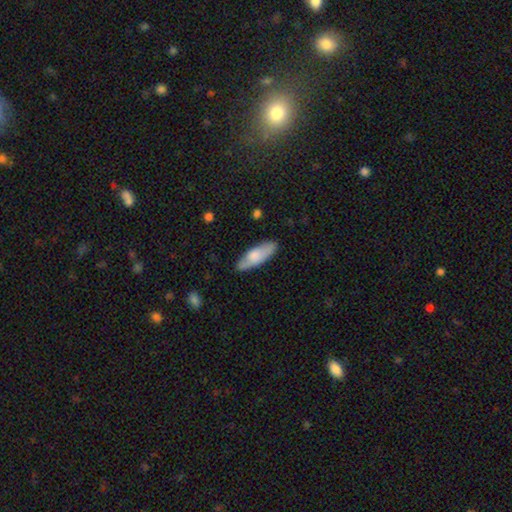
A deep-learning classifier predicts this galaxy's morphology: A smooth galaxy with no disk features (73%) that is in between round and cigar-shaped (59%).

Vote fractions:
- Smooth or featured? smooth: 73% / featured or disk: 22% / star or artifact: 6%
- How rounded? in between: 59% / cigar-shaped: 39% / round: 2%
- Merging? none: 78% / minor disturbance: 17% / major disturbance: 3% / merger: 2%